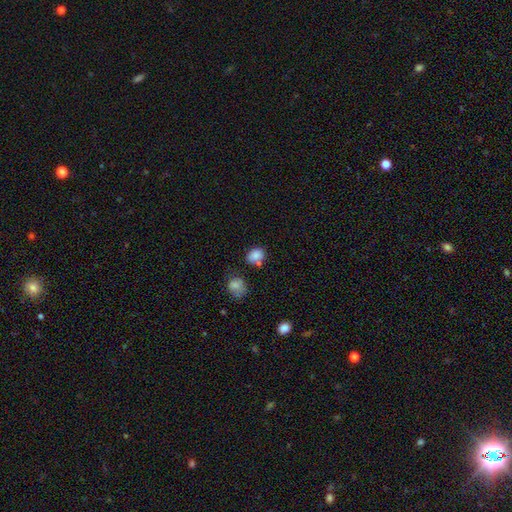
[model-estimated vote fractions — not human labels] Smooth or featured?
  - smooth: 83% *
  - star or artifact: 11%
  - featured or disk: 6%
How rounded?
  - in between: 56% *
  - round: 43%
  - cigar-shaped: 1%
Merging?
  - none: 62% *
  - minor disturbance: 19%
  - merger: 14%
  - major disturbance: 5%